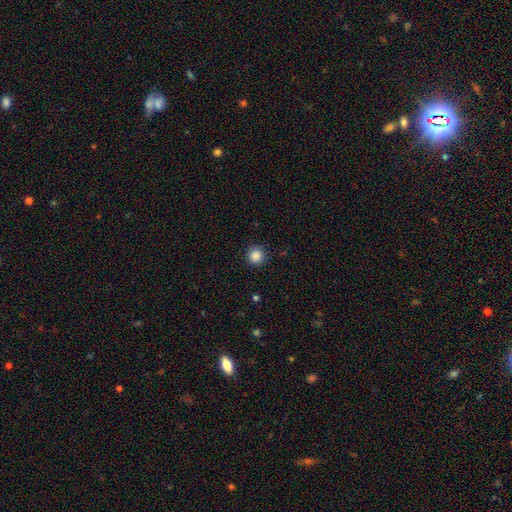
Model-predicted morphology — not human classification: This appears to be a smooth galaxy with no disk features (86%) that is round (95%). Merging: none (91%).